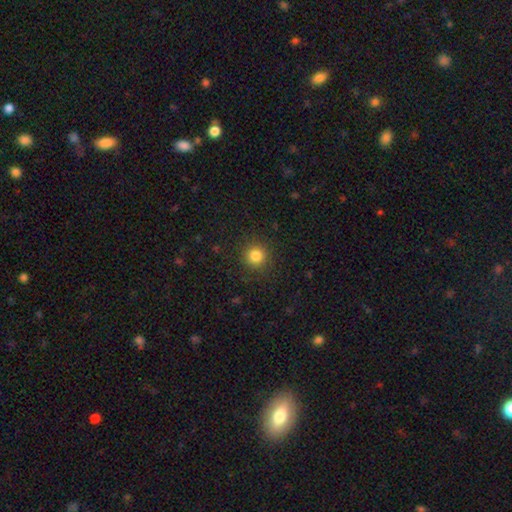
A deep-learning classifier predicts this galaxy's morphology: Smooth or featured? Predicted: smooth (p=0.83). How rounded? Predicted: round (p=0.94). Merging? Predicted: none (p=0.90).